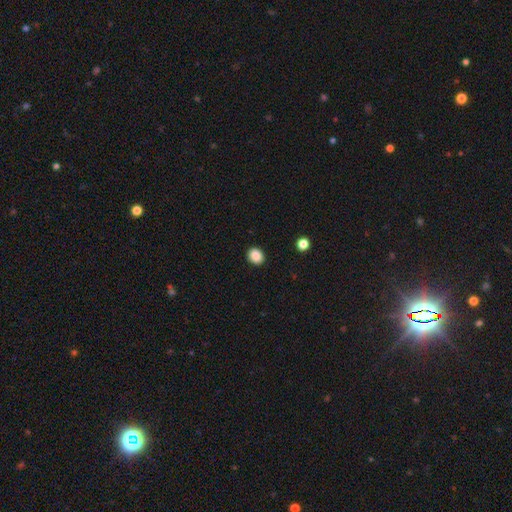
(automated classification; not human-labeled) The model was most divided on "how rounded": round: 63%, in between: 36%, cigar-shaped: 1%. More confident: merging — none (91%); smooth or featured — smooth (88%).